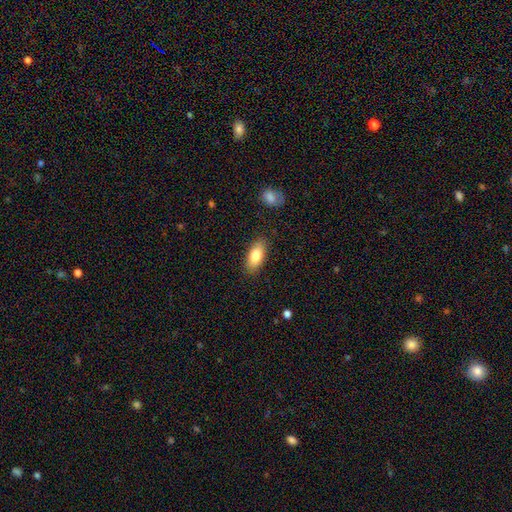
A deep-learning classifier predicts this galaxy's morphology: smooth 82%, featured or disk 11%, star or artifact 6%. Down the decision tree: how rounded — in between (87%); merging — none (86%).